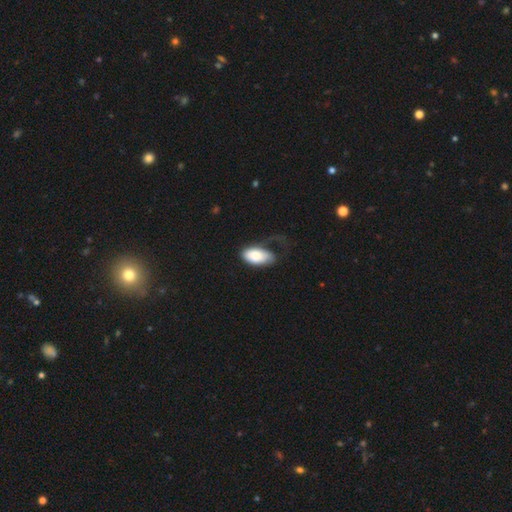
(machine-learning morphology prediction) The model was most divided on "merging": major disturbance: 35%, none: 32%, minor disturbance: 30%, merger: 3%. More confident: how rounded — in between (94%); smooth or featured — smooth (77%).